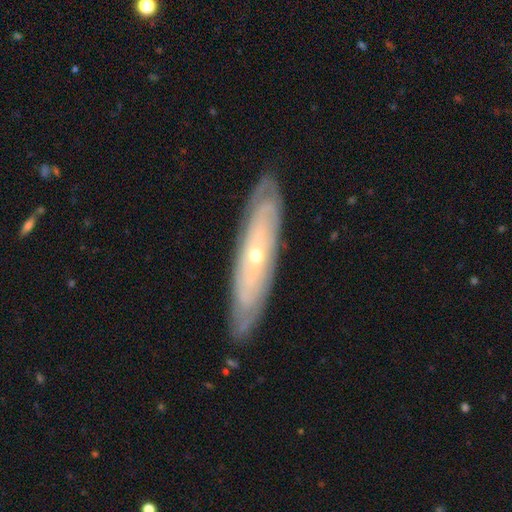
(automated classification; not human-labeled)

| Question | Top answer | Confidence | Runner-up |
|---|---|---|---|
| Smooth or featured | featured or disk | 73% | smooth (21%) |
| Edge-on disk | no | 66% | yes (34%) |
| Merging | none | 83% | minor disturbance (12%) |